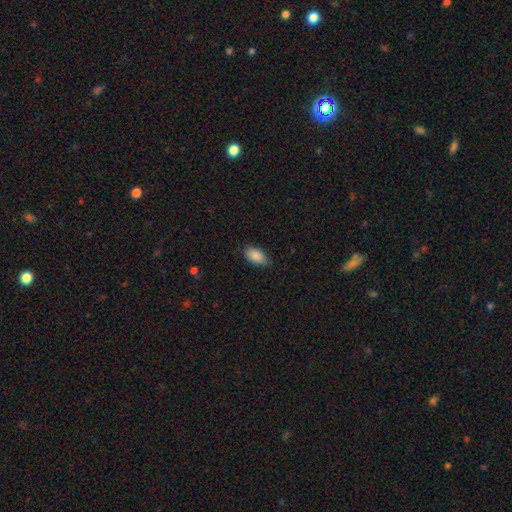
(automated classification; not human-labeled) smooth 89%, star or artifact 7%, featured or disk 4%. Down the decision tree: how rounded — in between (93%); merging — none (80%).